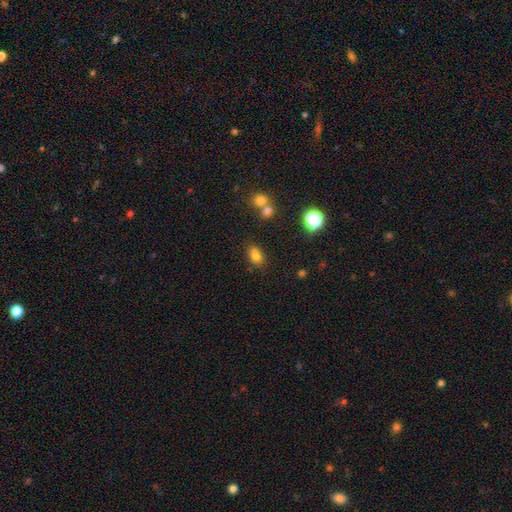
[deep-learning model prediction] Smooth or featured: smooth — 78% (star or artifact — 14%)
How rounded: in between — 80% (round — 18%)
Merging: none — 68% (minor disturbance — 15%)